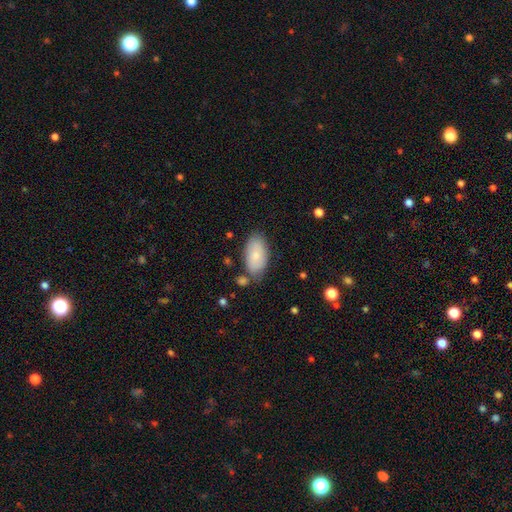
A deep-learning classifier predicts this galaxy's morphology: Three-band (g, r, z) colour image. It shows a smooth galaxy with no disk features (75%) that is in between round and cigar-shaped (94%). Merging: none (72%).